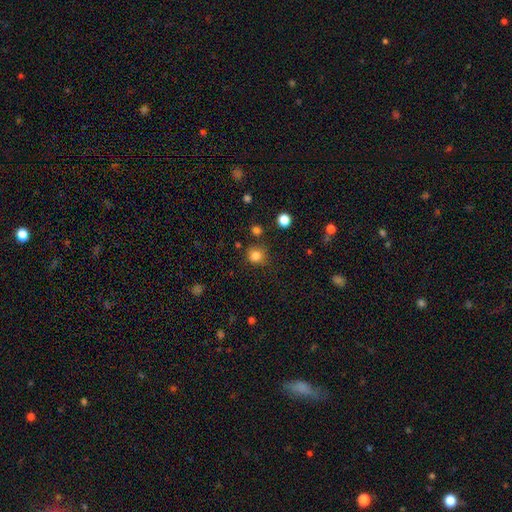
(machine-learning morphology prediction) The model was most divided on "merging": none: 79%, minor disturbance: 13%, merger: 5%, major disturbance: 4%. More confident: how rounded — round (88%); smooth or featured — smooth (82%).